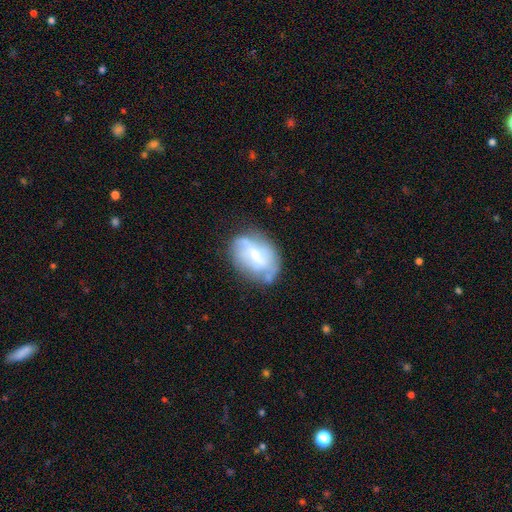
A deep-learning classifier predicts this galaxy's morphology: A featured or disk galaxy (49%). Merging: none (51%).